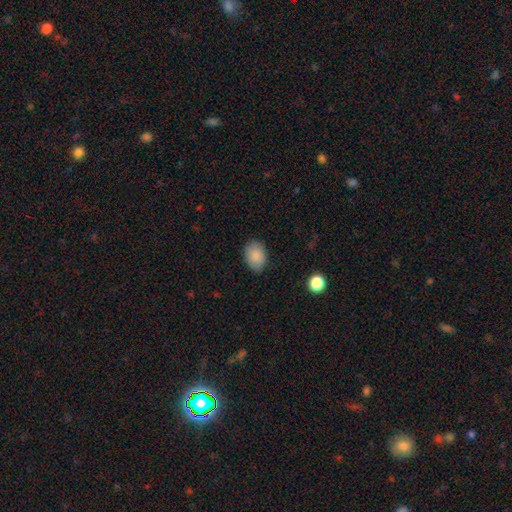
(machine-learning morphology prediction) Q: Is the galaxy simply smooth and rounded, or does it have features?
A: smooth — 87%.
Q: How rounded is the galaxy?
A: in between — 71%.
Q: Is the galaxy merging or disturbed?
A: none — 80%.